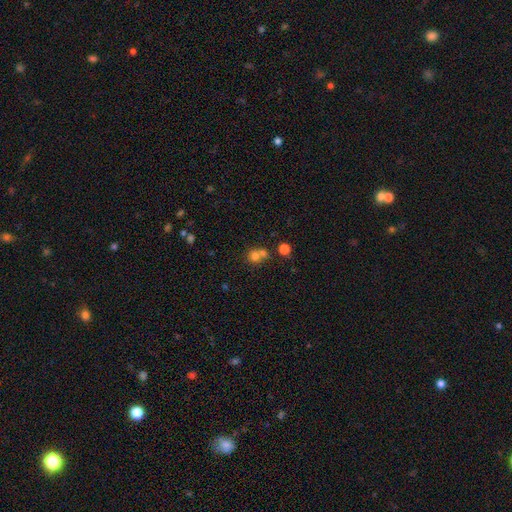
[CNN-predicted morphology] Smooth or featured?
  - smooth: 72% *
  - star or artifact: 16%
  - featured or disk: 12%
How rounded?
  - round: 84% *
  - in between: 15%
  - cigar-shaped: 1%
Merging?
  - merger: 47% *
  - none: 44%
  - minor disturbance: 6%
  - major disturbance: 3%